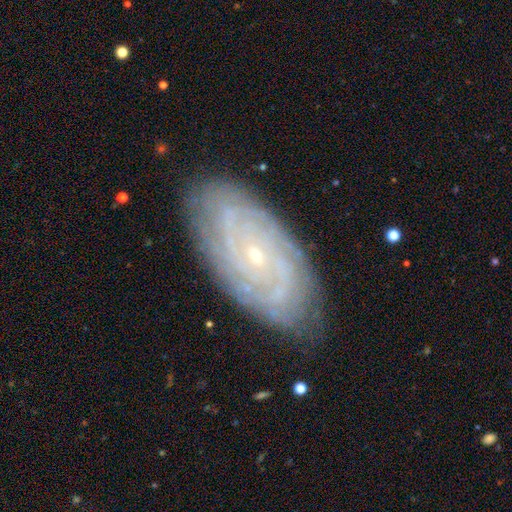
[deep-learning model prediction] A featured or disk galaxy (84%) with no bar (75%), tight (77%) spiral arms (96%) and a small central bulge (85%).

Vote fractions:
- Smooth or featured? featured or disk: 84% / smooth: 9% / star or artifact: 7%
- Edge-on disk? no: 94% / yes: 6%
- Bar? no: 75% / weak: 20% / strong: 5%
- Spiral arms? yes: 96% / no: 4%
- Spiral winding? tight: 77% / medium: 20% / loose: 4%
- Spiral arm count? can't tell: 31% / 4: 18% / 2: 17% / 3: 16% / more than 4: 11% / 1: 7%
- Bulge size? small: 85% / moderate: 12% / none: 1% / large: 1% / dominant: 1%
- Merging? none: 82% / minor disturbance: 14% / major disturbance: 3% / merger: 1%